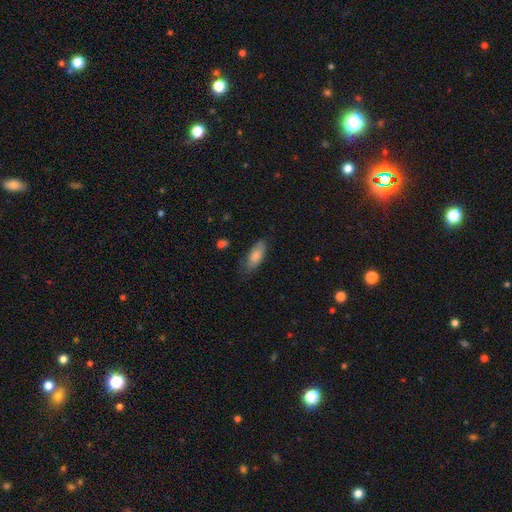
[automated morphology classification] A smooth galaxy with no disk features (81%) that is in between round and cigar-shaped (81%). Merging: none (68%).